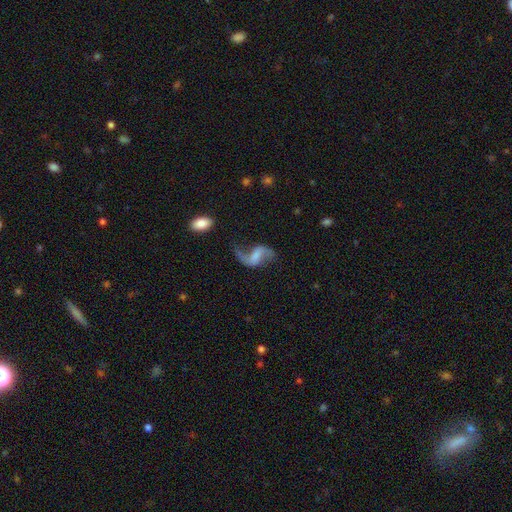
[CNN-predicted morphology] Smooth or featured? Predicted: featured or disk (p=0.84). Edge-on disk? Predicted: no (p=0.97). Bar? Predicted: weak (p=0.48). Spiral arms? Predicted: yes (p=0.94). Spiral winding? Predicted: loose (p=0.84). Spiral arm count? Predicted: 2 (p=0.86). Bulge size? Predicted: small (p=0.37). Merging? Predicted: none (p=0.58).